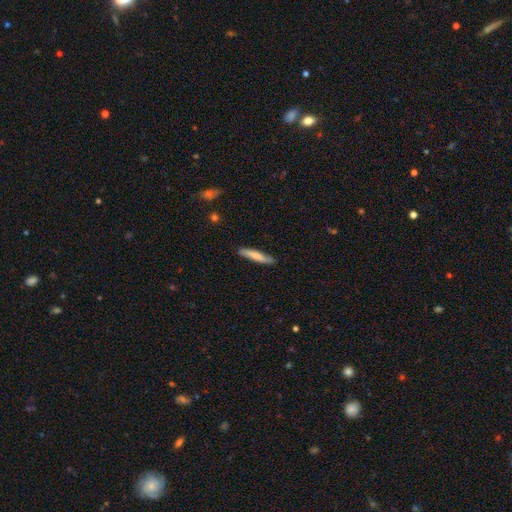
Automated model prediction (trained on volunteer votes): Smooth or featured: smooth — 71% (featured or disk — 24%)
How rounded: cigar-shaped — 91% (in between — 8%)
Merging: none — 82% (minor disturbance — 14%)